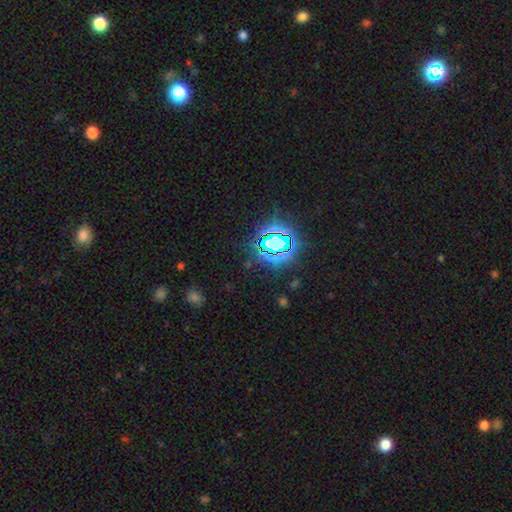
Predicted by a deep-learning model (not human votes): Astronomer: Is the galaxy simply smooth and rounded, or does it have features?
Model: star or artifact — 80%.